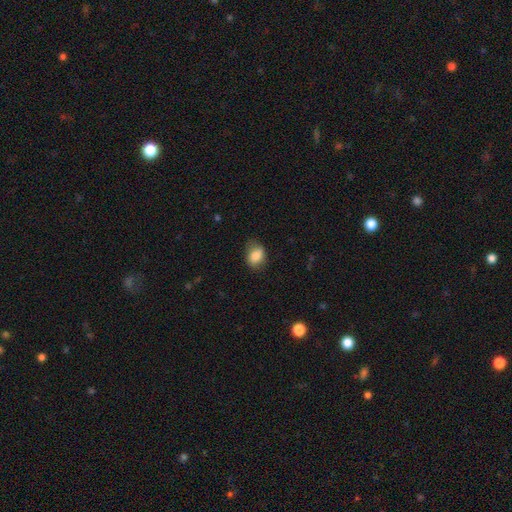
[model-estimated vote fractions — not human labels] Overall: smooth (84%). How rounded: in between (67%; round 32%). Merging: none (67%).